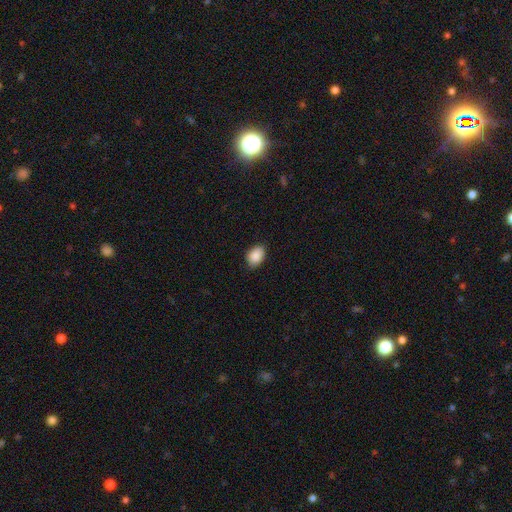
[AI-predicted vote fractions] Morphology: type=smooth (89%); roundness=in between (80%); merging=none (83%).